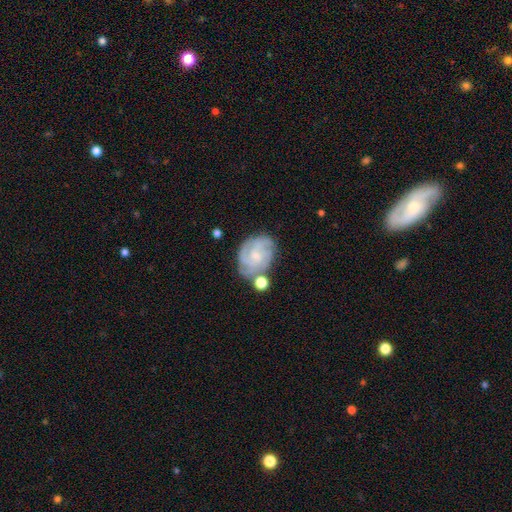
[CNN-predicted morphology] smooth_or_featured: featured or disk (p=0.78) [alt: smooth p=0.15]
disk_edge_on: no (p=0.98) [alt: yes p=0.02]
bar: no (p=0.63) [alt: weak p=0.32]
has_spiral_arms: yes (p=0.94) [alt: no p=0.06]
spiral_winding: tight (p=0.63) [alt: medium p=0.30]
spiral_arm_count: 3 (p=0.29) [tied with: can't tell p=0.29]
bulge_size: small (p=0.60) [alt: moderate p=0.28]
merging: none (p=0.63) [alt: minor disturbance p=0.21]